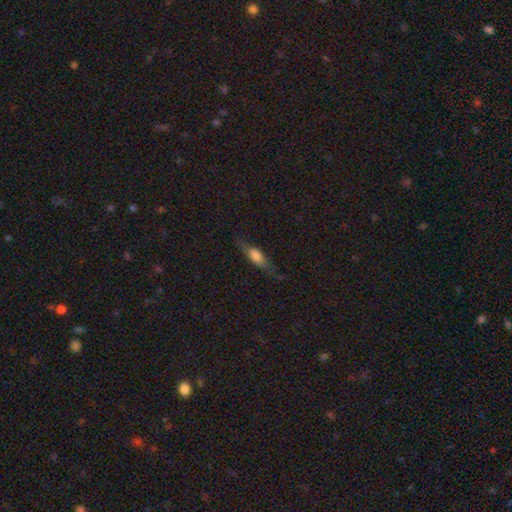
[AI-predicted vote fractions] Smooth or featured: smooth — 59% (featured or disk — 32%)
How rounded: in between — 48% (tied with cigar-shaped — 48%)
Merging: none — 66% (minor disturbance — 23%)